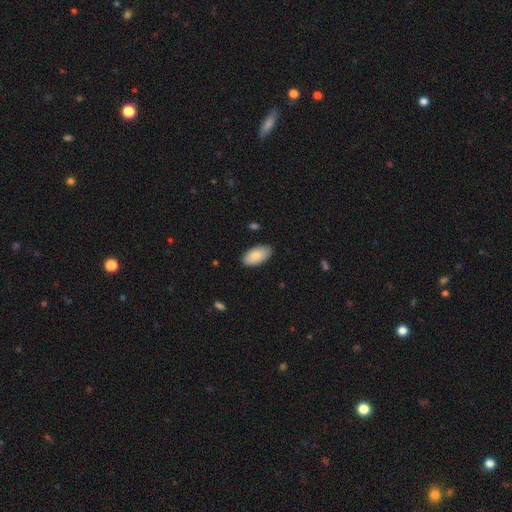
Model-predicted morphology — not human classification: type=smooth (84%); roundness=in between (96%); merging=none (85%).